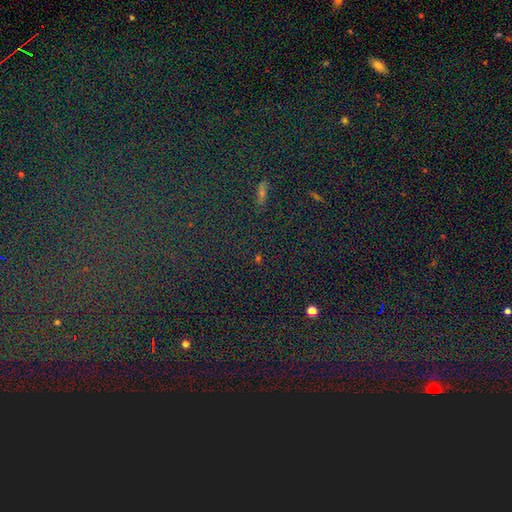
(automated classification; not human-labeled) star or artifact 82%, smooth 10%, featured or disk 8%.